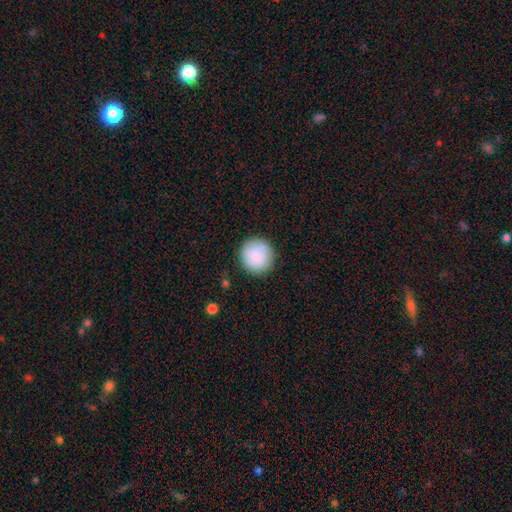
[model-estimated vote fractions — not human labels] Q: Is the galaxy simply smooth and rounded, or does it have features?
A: smooth — 88%.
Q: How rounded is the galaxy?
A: round — 94%.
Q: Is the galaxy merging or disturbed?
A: none — 89%.